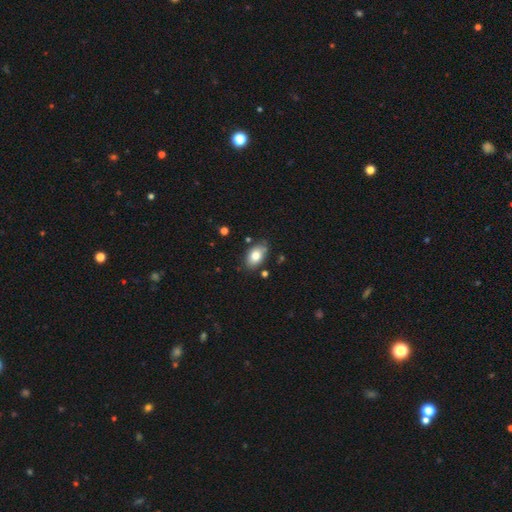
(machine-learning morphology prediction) Smooth or featured: smooth — 79% (featured or disk — 13%)
How rounded: in between — 88% (round — 11%)
Merging: none — 75% (minor disturbance — 19%)